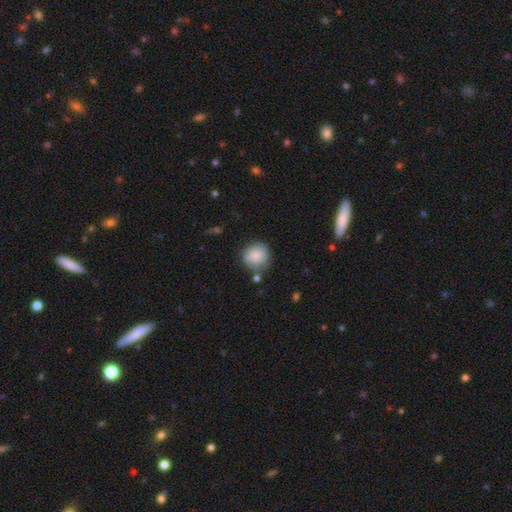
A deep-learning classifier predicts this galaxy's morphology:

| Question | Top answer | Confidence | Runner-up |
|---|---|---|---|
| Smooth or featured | smooth | 68% | featured or disk (24%) |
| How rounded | round | 89% | in between (10%) |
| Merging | none | 69% | minor disturbance (20%) |